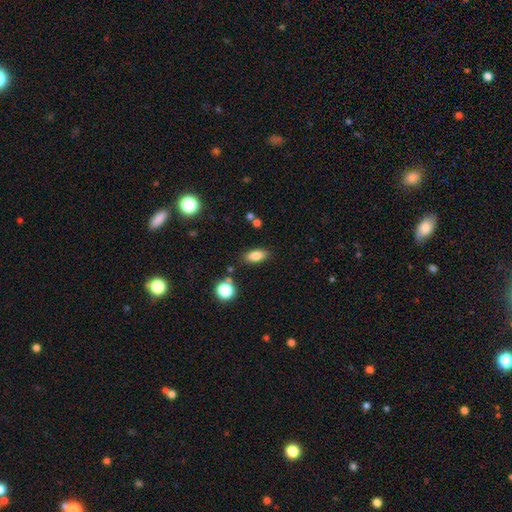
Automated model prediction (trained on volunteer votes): The model was most divided on "merging": none: 82%, minor disturbance: 11%, merger: 4%, major disturbance: 3%. More confident: how rounded — in between (85%); smooth or featured — smooth (82%).